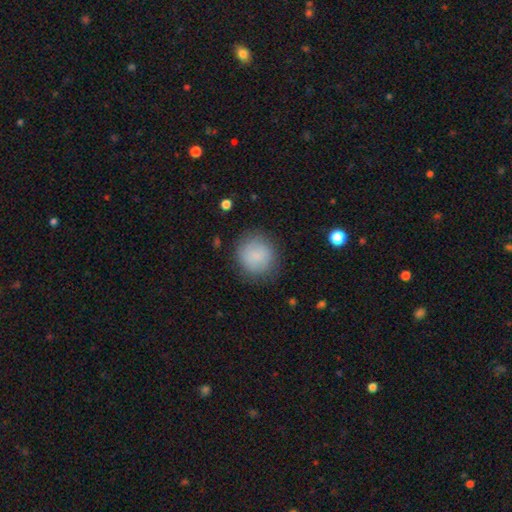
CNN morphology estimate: type=smooth (81%); roundness=round (89%); merging=none (80%).